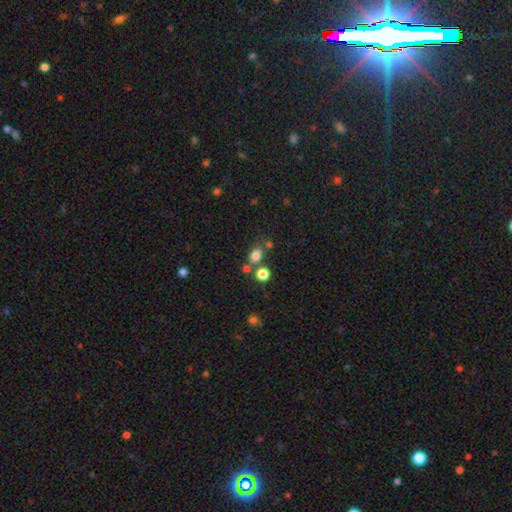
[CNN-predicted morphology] Smooth or featured?
  - smooth: 77% *
  - star or artifact: 15%
  - featured or disk: 8%
How rounded?
  - in between: 53% *
  - round: 46%
  - cigar-shaped: 2%
Merging?
  - none: 60% *
  - merger: 22%
  - minor disturbance: 12%
  - major disturbance: 5%